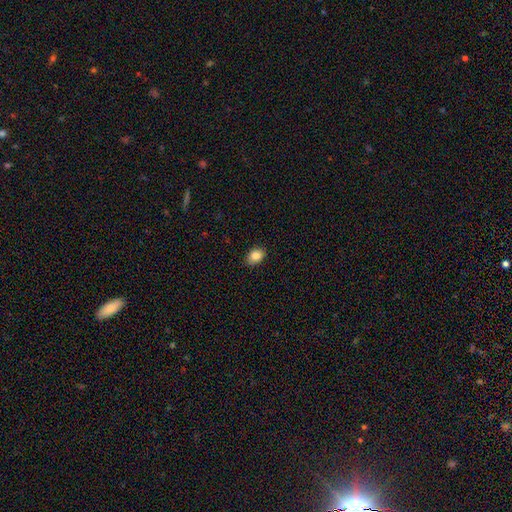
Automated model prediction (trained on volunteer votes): The model was most divided on "how rounded": in between: 71%, round: 28%, cigar-shaped: 1%. More confident: merging — none (87%); smooth or featured — smooth (86%).